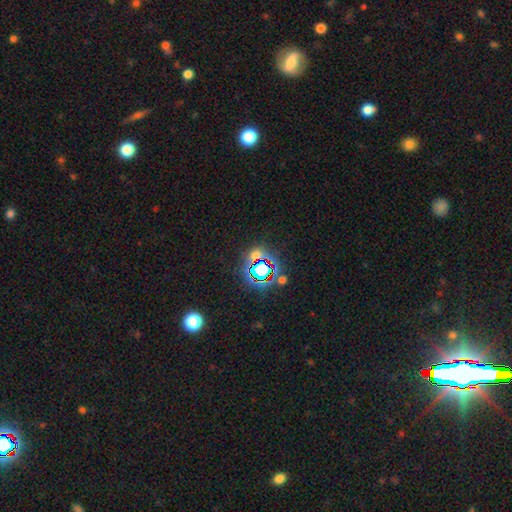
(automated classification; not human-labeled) Overall: star or artifact (66%).